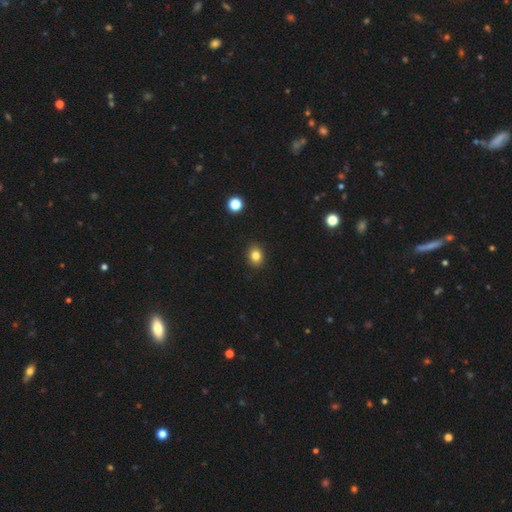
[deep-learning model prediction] smooth_or_featured: smooth (p=0.83) [alt: star or artifact p=0.11]
how_rounded: round (p=0.58) [alt: in between p=0.41]
merging: none (p=0.91) [alt: minor disturbance p=0.06]